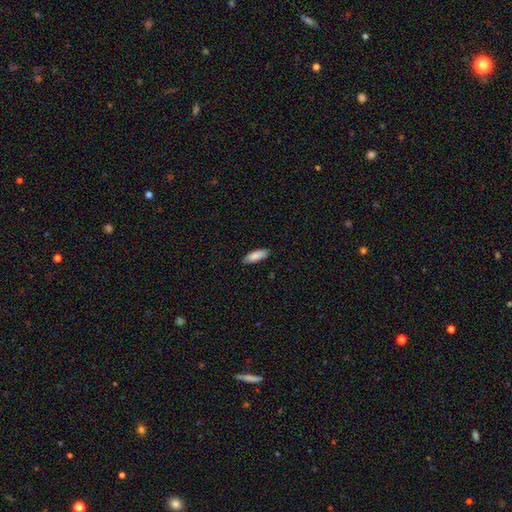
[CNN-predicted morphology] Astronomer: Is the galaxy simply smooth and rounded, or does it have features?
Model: smooth — 88%.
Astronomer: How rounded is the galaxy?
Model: in between — 69%.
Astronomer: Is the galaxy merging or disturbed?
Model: none — 85%.